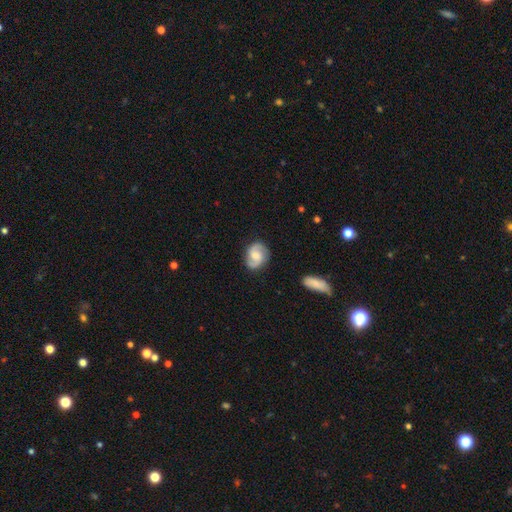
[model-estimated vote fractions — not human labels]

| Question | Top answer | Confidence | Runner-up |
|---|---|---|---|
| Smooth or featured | featured or disk | 76% | smooth (18%) |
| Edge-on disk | no | 98% | yes (2%) |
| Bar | no | 50% | weak (42%) |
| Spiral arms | yes | 96% | no (4%) |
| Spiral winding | medium | 51% | tight (24%) |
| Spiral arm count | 2 | 92% | can't tell (3%) |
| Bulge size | moderate | 53% | small (31%) |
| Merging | none | 83% | minor disturbance (12%) |